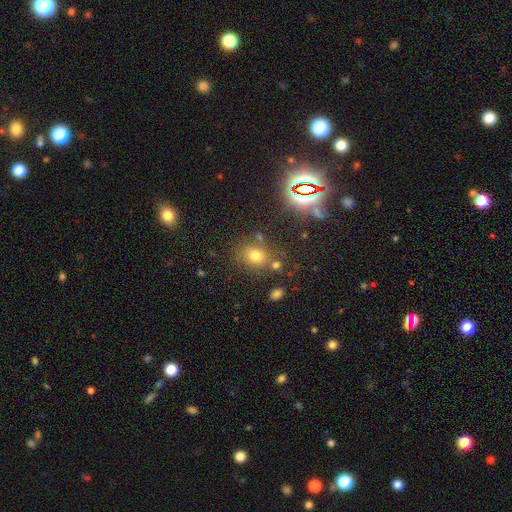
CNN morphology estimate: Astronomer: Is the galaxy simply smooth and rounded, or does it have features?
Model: smooth — 67%.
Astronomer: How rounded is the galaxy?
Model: round — 56% (runner-up: in between, 42%).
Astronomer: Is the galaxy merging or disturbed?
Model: none — 72%.